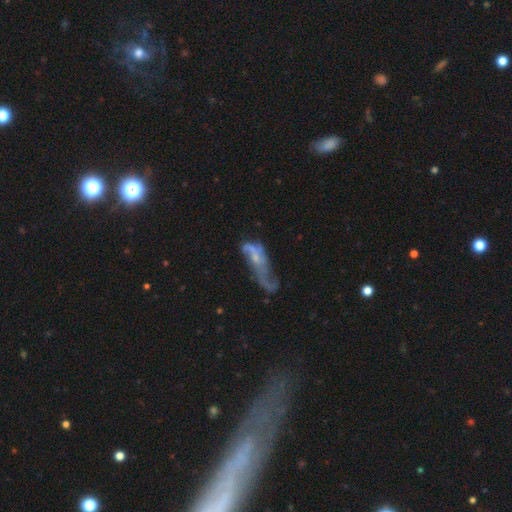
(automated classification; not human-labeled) Q: Smooth or featured?
A: featured or disk (65%); runner-up: smooth (25%)
Q: Edge-on disk?
A: no (88%); runner-up: yes (12%)
Q: Bar?
A: no (72%); runner-up: weak (22%)
Q: Spiral arms?
A: yes (53%); runner-up: no (47%)
Q: Bulge size?
A: small (54%); runner-up: none (27%)
Q: Merging?
A: major disturbance (43%); runner-up: none (25%)